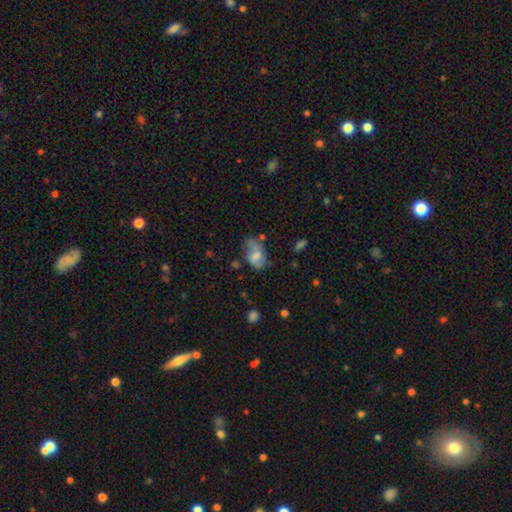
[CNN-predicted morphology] Smooth or featured?
  - smooth: 58% *
  - featured or disk: 33%
  - star or artifact: 9%
How rounded?
  - in between: 88% *
  - round: 10%
  - cigar-shaped: 2%
Merging?
  - none: 36% *
  - minor disturbance: 33%
  - major disturbance: 24%
  - merger: 6%